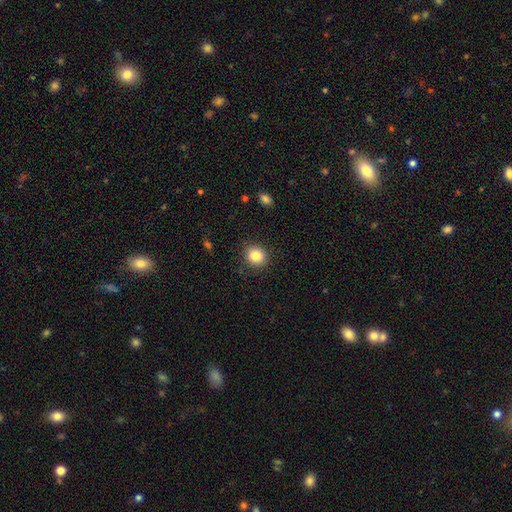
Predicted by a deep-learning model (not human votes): Overall: smooth (84%). How rounded: round (81%). Merging: none (89%).